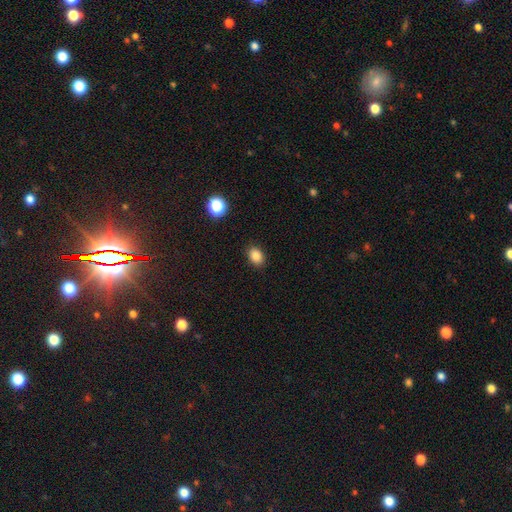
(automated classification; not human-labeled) Morphology: type=smooth (85%); roundness=in between (71%); merging=none (89%).